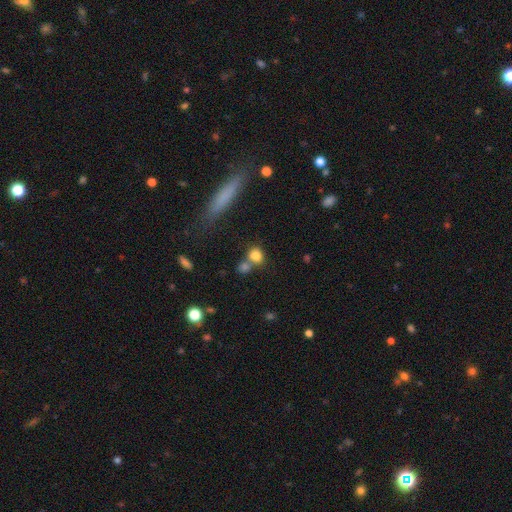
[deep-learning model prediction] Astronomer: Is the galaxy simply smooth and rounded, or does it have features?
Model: smooth — 80%.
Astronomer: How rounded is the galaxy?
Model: round — 62%.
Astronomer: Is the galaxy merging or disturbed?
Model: none — 48% (runner-up: merger, 36%).